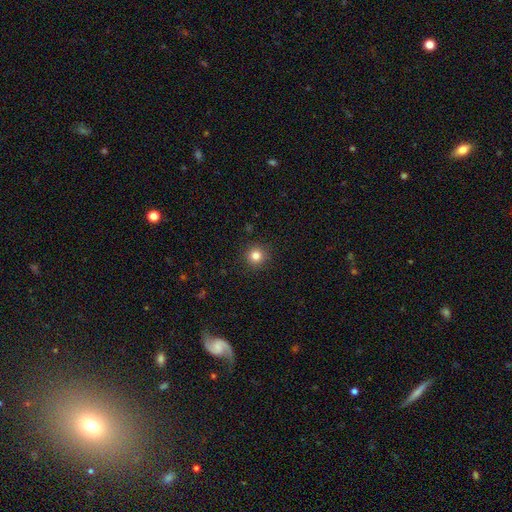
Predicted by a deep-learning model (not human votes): Morphology: type=smooth (83%); roundness=round (95%); merging=none (92%).